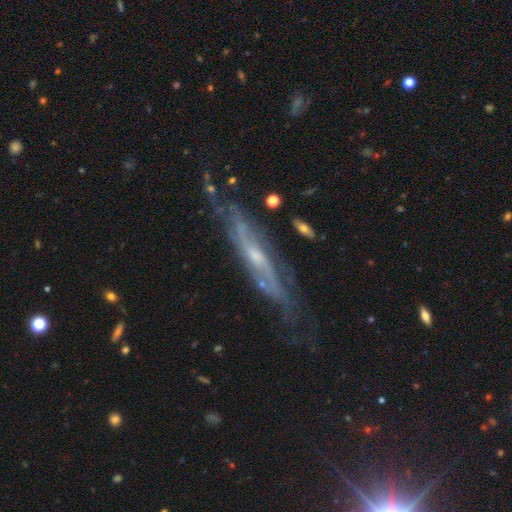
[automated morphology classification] Overall: featured or disk (80%). Edge-on disk: yes (52%; no 48%). Merging: none (65%).